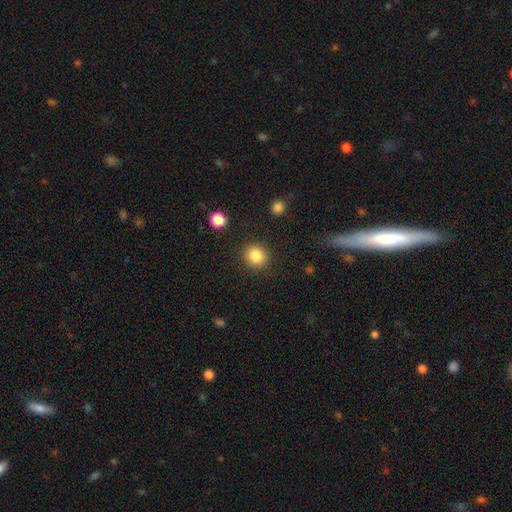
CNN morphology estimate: type=smooth (85%); roundness=round (84%); merging=none (88%).